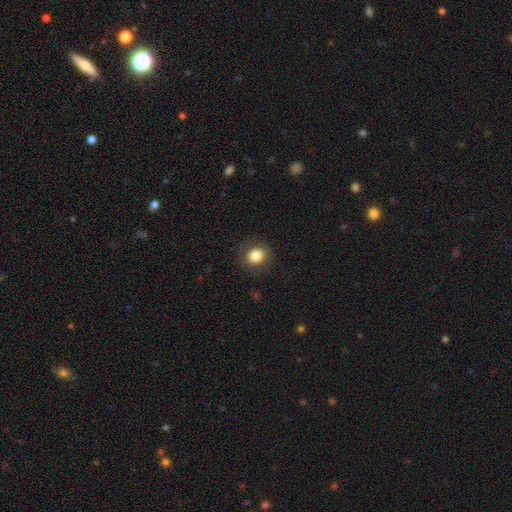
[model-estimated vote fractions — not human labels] This is clearly a smooth galaxy (82%). How rounded: clearly round (82%). Merging: clearly none (87%).